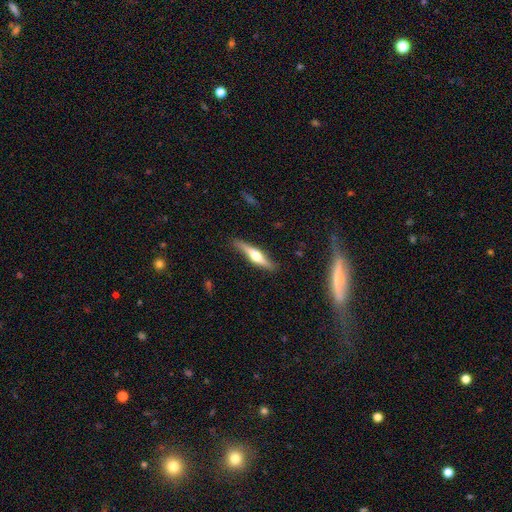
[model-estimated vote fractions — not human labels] Overall: featured or disk (65%; smooth 30%). Edge-on disk: yes (96%). Edge-on bulge: rounded (94%). Merging: none (87%).